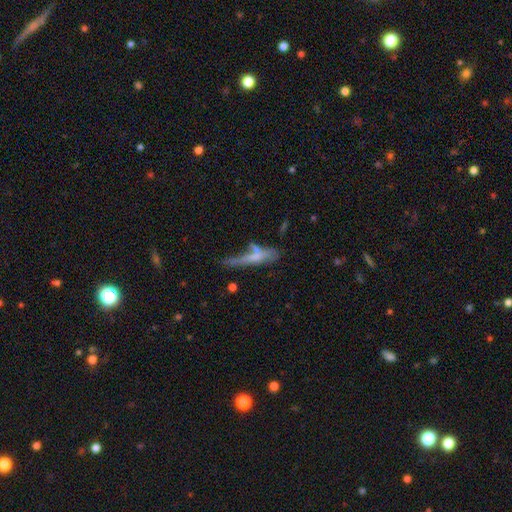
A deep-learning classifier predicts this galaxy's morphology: A smooth galaxy with no disk features (54%) that is cigar-shaped (76%).

Vote fractions:
- Smooth or featured? smooth: 54% / featured or disk: 37% / star or artifact: 10%
- How rounded? cigar-shaped: 76% / in between: 21% / round: 3%
- Merging? none: 32% / merger: 25% / major disturbance: 23% / minor disturbance: 21%